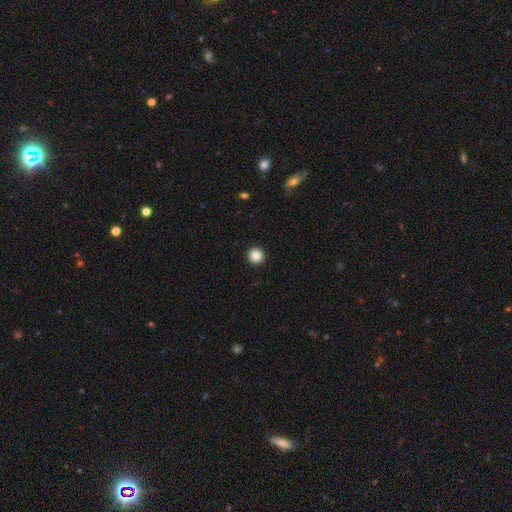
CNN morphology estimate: Overall: smooth (86%). How rounded: round (95%). Merging: none (94%).